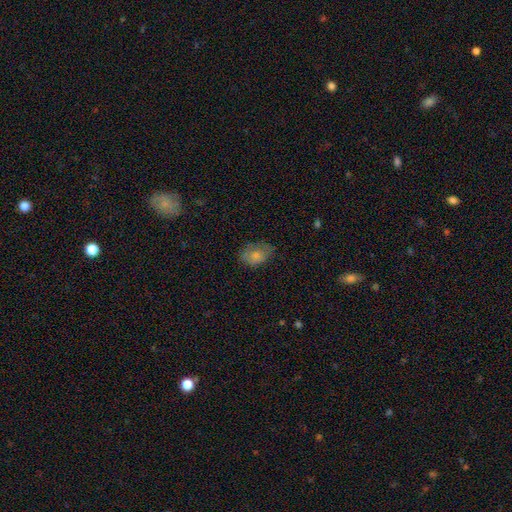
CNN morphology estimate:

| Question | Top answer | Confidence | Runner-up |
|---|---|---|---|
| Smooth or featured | smooth | 75% | featured or disk (17%) |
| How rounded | in between | 82% | round (16%) |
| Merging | none | 59% | minor disturbance (29%) |